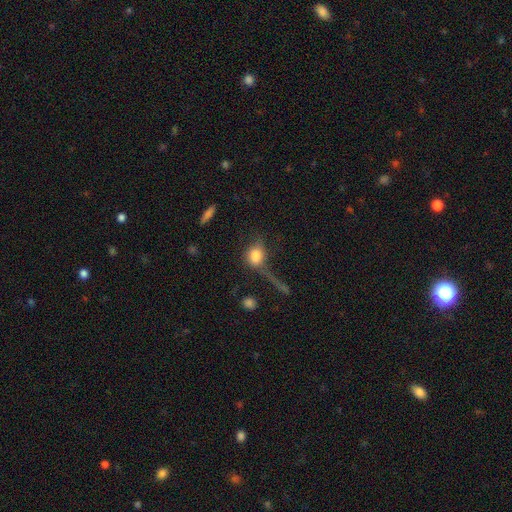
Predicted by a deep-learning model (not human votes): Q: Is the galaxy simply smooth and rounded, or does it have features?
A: smooth — 73%.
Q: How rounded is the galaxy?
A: round — 49%.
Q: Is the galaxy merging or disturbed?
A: none — 36%.